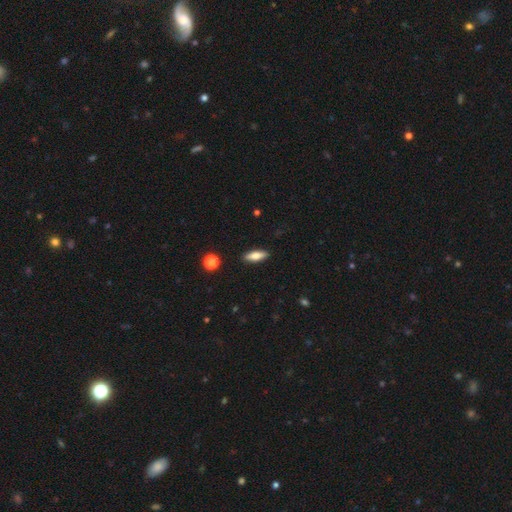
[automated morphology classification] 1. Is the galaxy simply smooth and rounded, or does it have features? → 72% smooth, 21% featured or disk, 7% star or artifact.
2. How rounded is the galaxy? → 56% in between, 42% cigar-shaped, 3% round.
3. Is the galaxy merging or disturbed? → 90% none, 7% minor disturbance, 2% major disturbance, 1% merger.